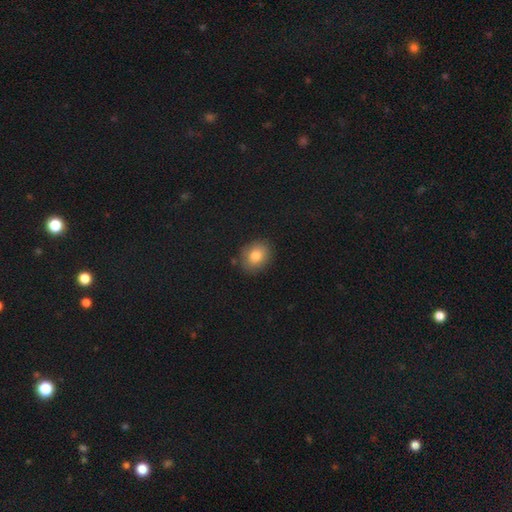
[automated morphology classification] smooth_or_featured: smooth (p=0.81) [alt: featured or disk p=0.10]
how_rounded: in between (p=0.55) [alt: round p=0.44]
merging: none (p=0.82) [alt: minor disturbance p=0.13]